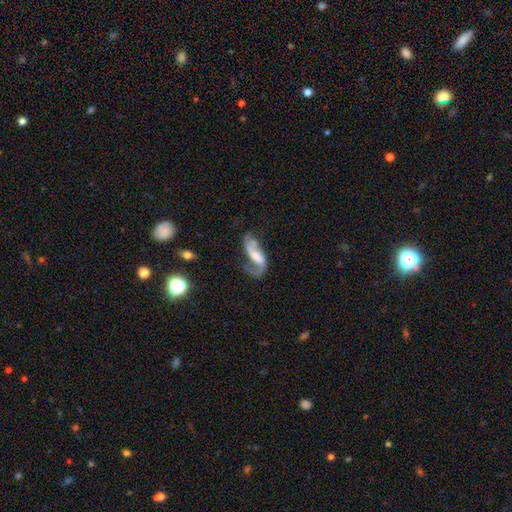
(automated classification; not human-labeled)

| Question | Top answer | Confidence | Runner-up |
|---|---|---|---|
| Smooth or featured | featured or disk | 70% | smooth (22%) |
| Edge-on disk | no | 92% | yes (8%) |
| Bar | weak | 39% | no (36%) |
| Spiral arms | yes | 85% | no (15%) |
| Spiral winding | loose | 68% | medium (25%) |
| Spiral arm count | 2 | 71% | 1 (21%) |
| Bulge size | moderate | 33% | small (25%) |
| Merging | major disturbance | 36% | tied: none (36%) |